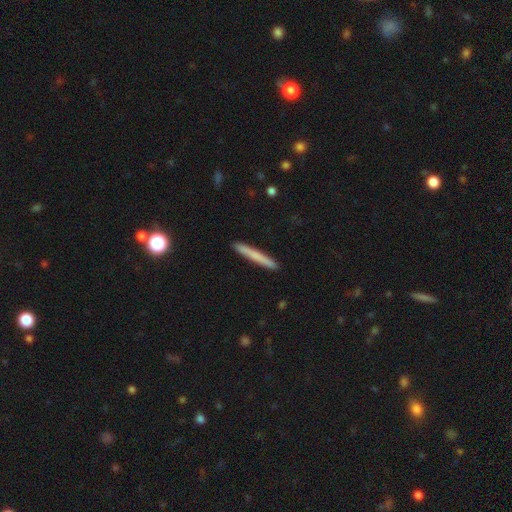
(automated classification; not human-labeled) Morphology: type=smooth (70%); roundness=cigar-shaped (97%); merging=none (92%).